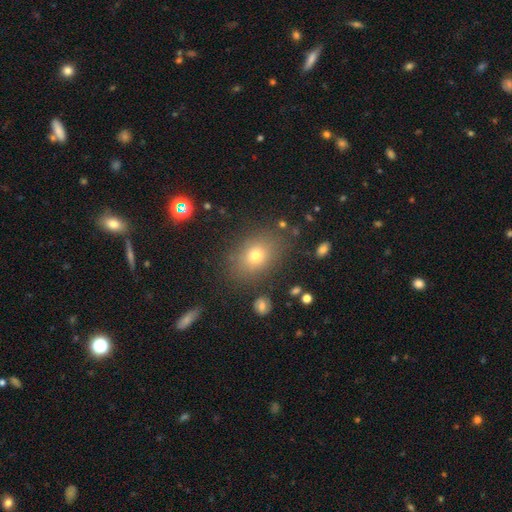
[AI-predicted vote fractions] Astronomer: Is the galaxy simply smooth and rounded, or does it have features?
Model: smooth — 71%.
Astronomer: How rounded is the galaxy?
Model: in between — 62% (runner-up: round, 37%).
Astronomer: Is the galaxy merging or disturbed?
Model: none — 81%.